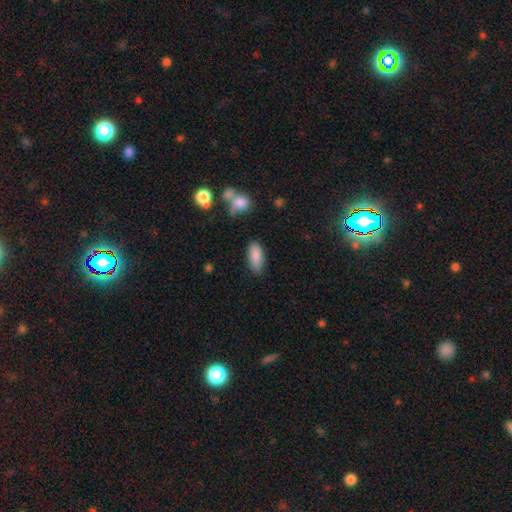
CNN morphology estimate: A smooth galaxy with no disk features (86%) that is in between round and cigar-shaped (81%).

Vote fractions:
- Smooth or featured? smooth: 86% / star or artifact: 7% / featured or disk: 7%
- How rounded? in between: 81% / cigar-shaped: 17% / round: 2%
- Merging? none: 81% / minor disturbance: 14% / major disturbance: 3% / merger: 3%